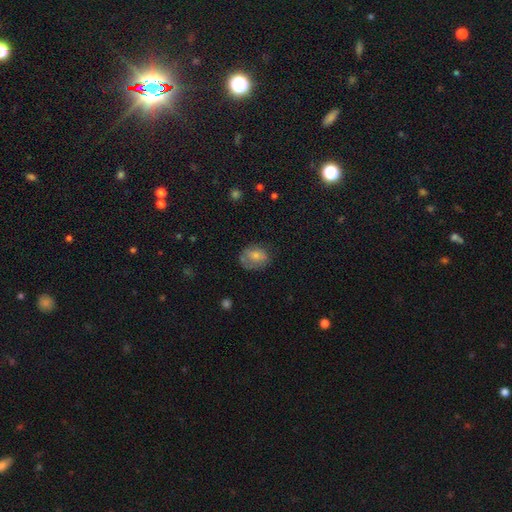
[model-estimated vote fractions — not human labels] Smooth or featured: smooth — 68% (featured or disk — 23%)
How rounded: in between — 51% (round — 48%)
Merging: none — 57% (minor disturbance — 27%)